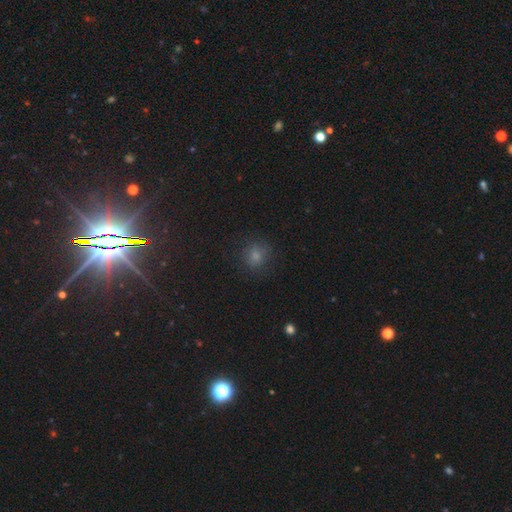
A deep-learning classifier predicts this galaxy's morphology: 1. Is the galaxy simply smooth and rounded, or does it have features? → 77% smooth, 16% star or artifact, 6% featured or disk.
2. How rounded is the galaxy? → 82% round, 16% in between, 1% cigar-shaped.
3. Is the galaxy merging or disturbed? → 82% none, 12% minor disturbance, 5% major disturbance, 1% merger.